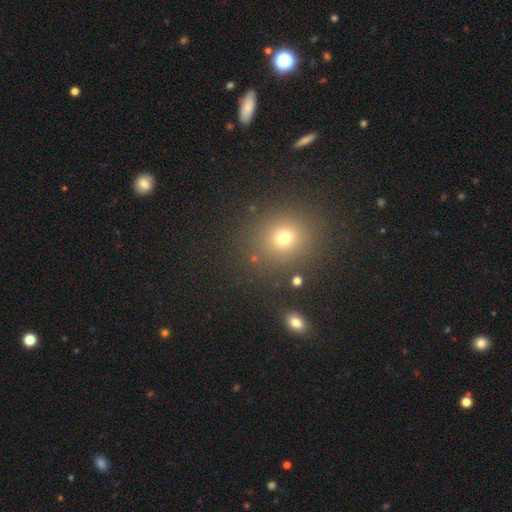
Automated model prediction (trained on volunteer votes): smooth_or_featured: smooth (p=0.57) [alt: star or artifact p=0.36]
how_rounded: round (p=0.86) [alt: in between p=0.13]
merging: none (p=0.88) [alt: minor disturbance p=0.06]